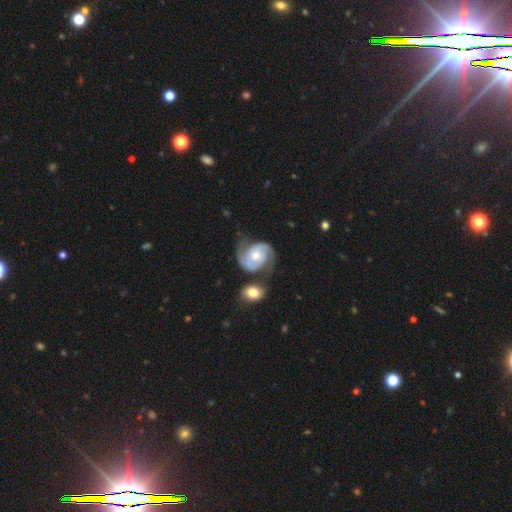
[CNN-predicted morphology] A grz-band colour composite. It shows a featured or disk galaxy (83%) with no bar (63%), 2 (89%) medium (49%) spiral arms (95%) and a moderate central bulge (61%). Merging: none (52%).